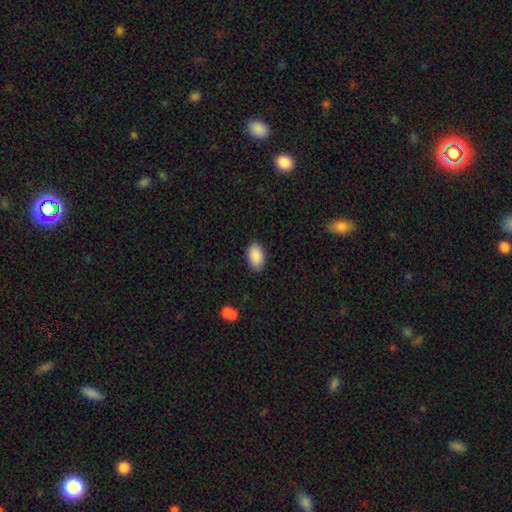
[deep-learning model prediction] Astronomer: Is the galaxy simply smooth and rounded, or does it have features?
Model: smooth — 90%.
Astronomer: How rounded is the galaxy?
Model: in between — 93%.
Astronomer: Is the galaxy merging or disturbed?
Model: none — 86%.